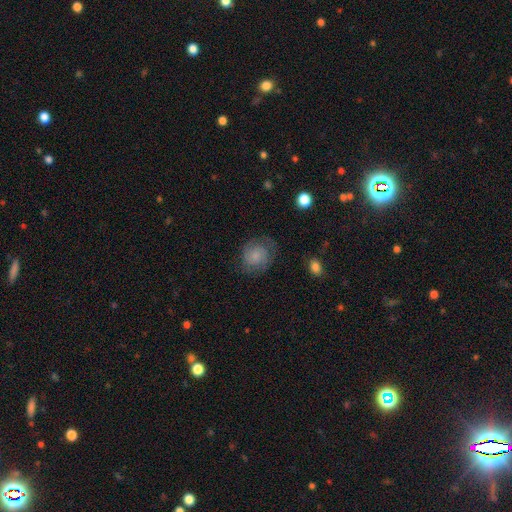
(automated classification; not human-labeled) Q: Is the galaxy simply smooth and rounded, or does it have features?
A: smooth — 49%.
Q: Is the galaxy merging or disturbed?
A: none — 68%.